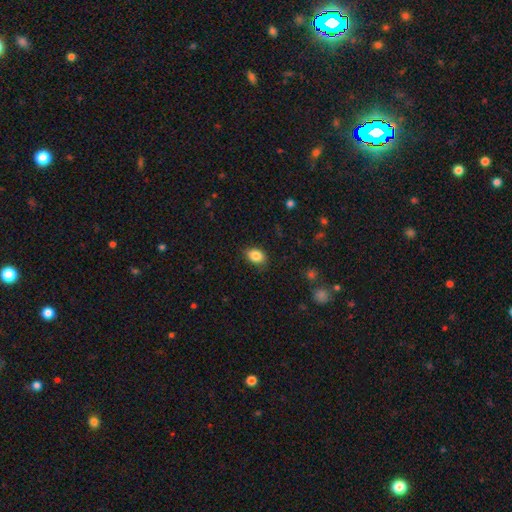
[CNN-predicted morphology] Overall: smooth (86%). How rounded: in between (76%). Merging: none (81%).